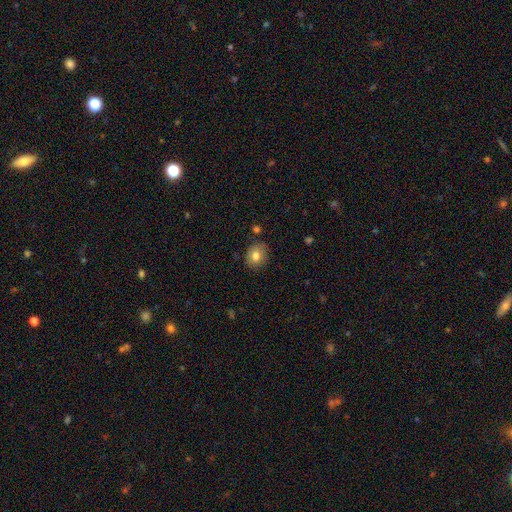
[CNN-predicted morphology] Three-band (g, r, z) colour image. It shows a smooth galaxy with no disk features (80%) that is round (59%). Merging: none (82%).